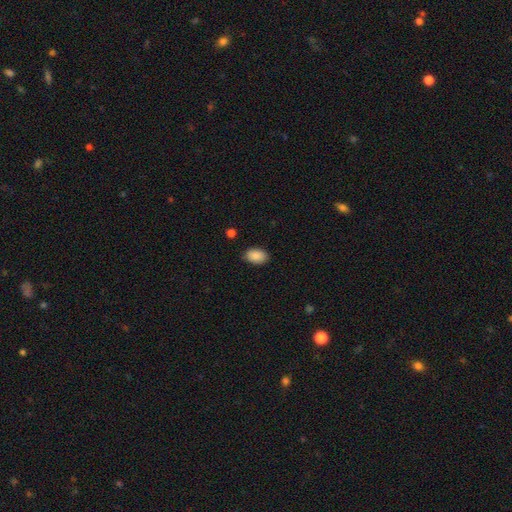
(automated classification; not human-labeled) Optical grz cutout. It shows a smooth galaxy with no disk features (89%) that is in between round and cigar-shaped (89%). Merging: none (86%).